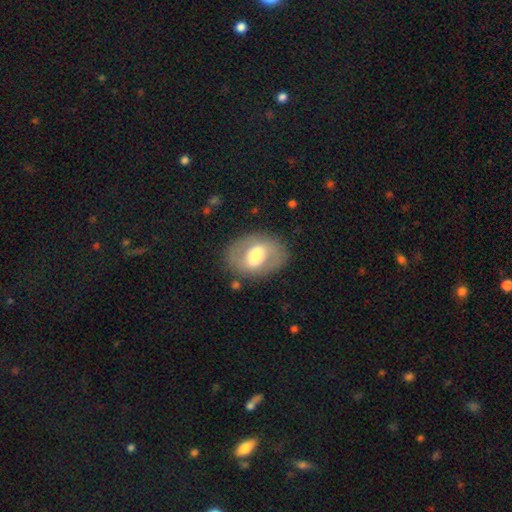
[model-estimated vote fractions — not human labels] Morphology: type=featured or disk (51%); edge-on=no (94%); merging=none (80%).